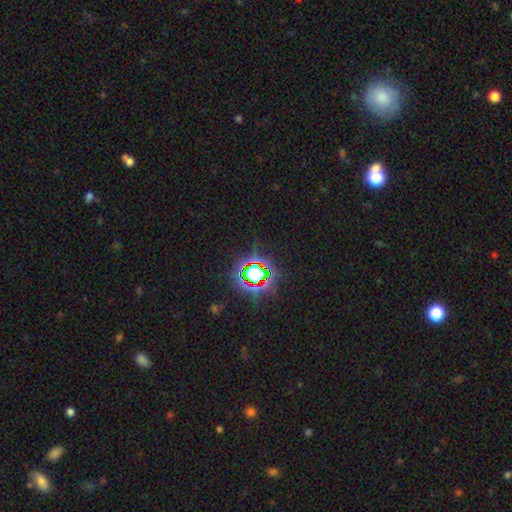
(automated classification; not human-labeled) Smooth or featured: star or artifact — 78% (smooth — 14%)